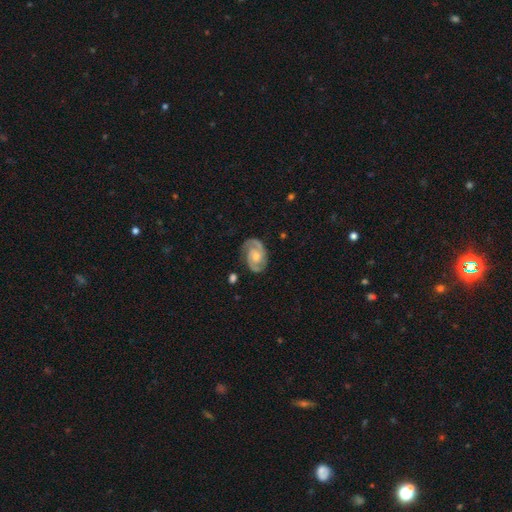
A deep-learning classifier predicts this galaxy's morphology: This is clearly a featured or disk galaxy (88%). It is clearly not viewed edge-on (98%). Bar: likely no (64%). Spiral arm pattern: clearly yes (97%). Spiral arm count: clearly 2 (90%). Spiral winding: possibly tight (46%). Central bulge: possibly moderate (53%). Merging: likely none (79%).